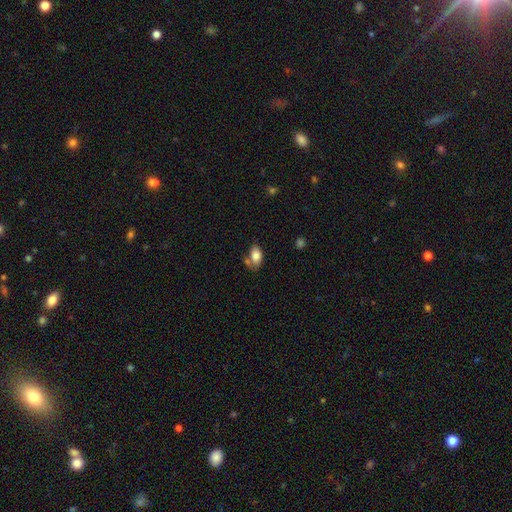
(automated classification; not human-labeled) This is clearly a smooth galaxy (81%). How rounded: clearly in between (90%). Merging: possibly none (52%).